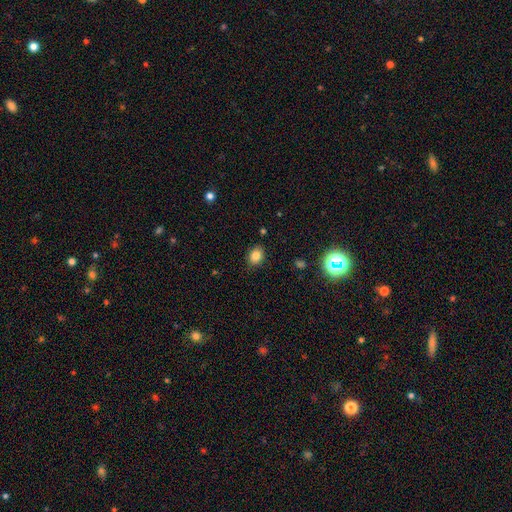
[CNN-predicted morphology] A smooth galaxy with no disk features (82%) that is in between round and cigar-shaped (63%). Merging: none (86%).